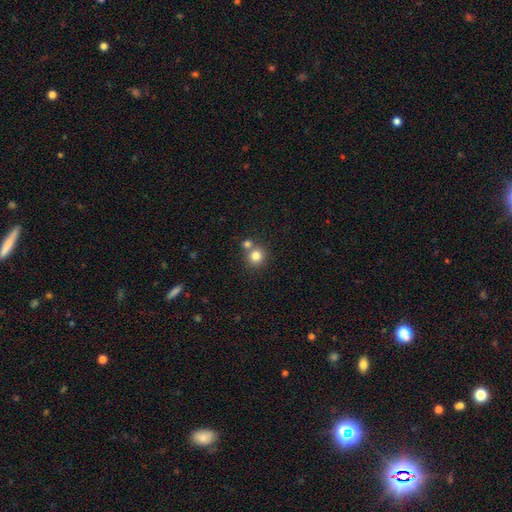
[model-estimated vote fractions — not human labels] Smooth or featured? Predicted: smooth (p=0.81). How rounded? Predicted: round (p=0.90). Merging? Predicted: none (p=0.63).